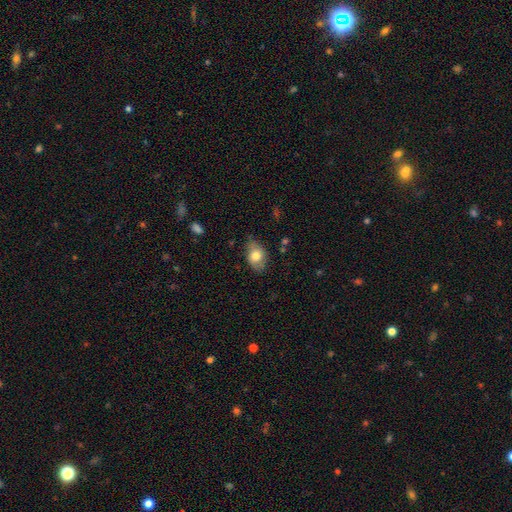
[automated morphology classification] A smooth galaxy with no disk features (74%) that is in between round and cigar-shaped (85%). Merging: none (72%).